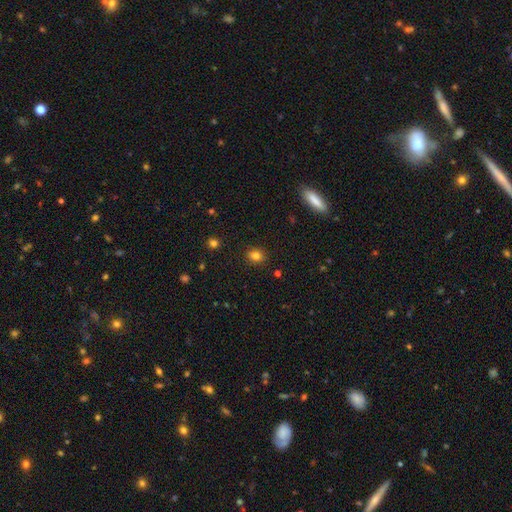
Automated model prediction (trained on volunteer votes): This appears to be a smooth galaxy with no disk features (82%) that is round (67%). Merging: none (89%).